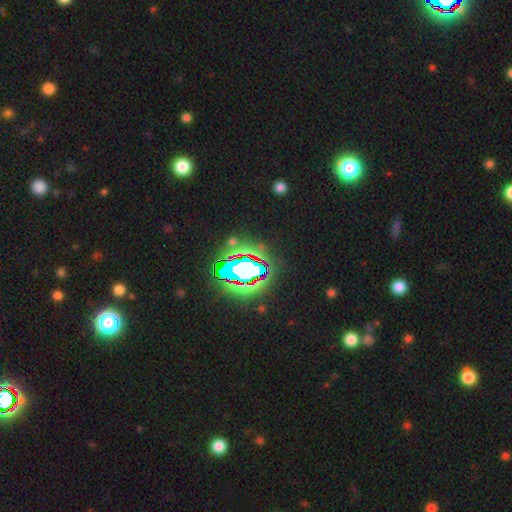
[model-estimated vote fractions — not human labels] Q: Smooth or featured?
A: star or artifact (83%); runner-up: smooth (10%)